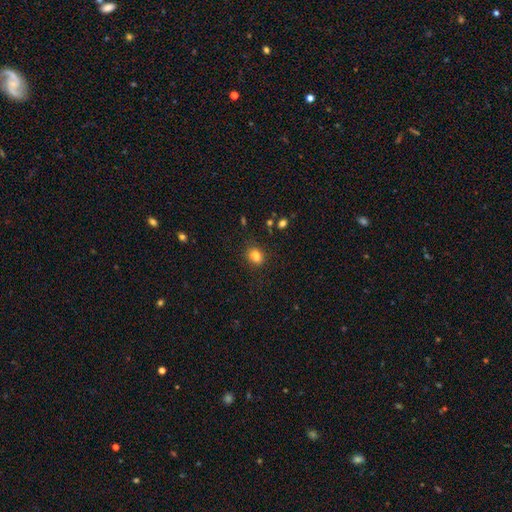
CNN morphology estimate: smooth 83%, star or artifact 11%, featured or disk 6%. Down the decision tree: how rounded — in between (54%); merging — none (82%).